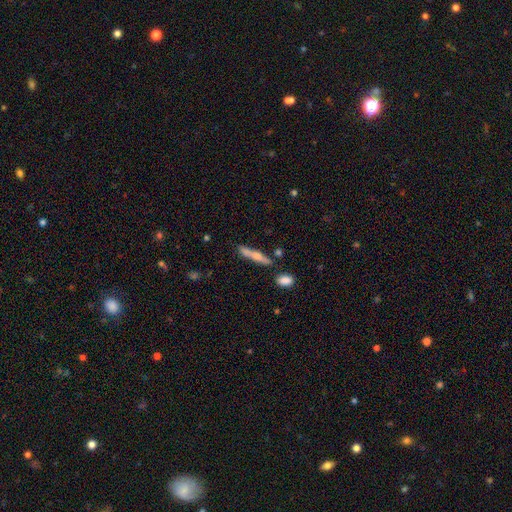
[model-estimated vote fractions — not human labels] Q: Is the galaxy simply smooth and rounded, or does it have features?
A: smooth — 51%.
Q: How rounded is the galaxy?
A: cigar-shaped — 86%.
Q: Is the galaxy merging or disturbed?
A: none — 75%.